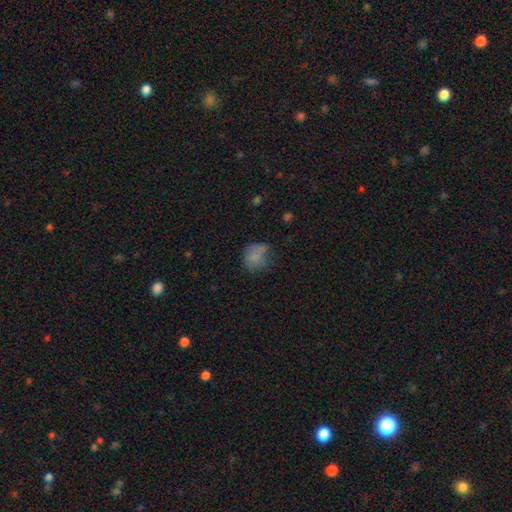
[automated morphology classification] Smooth or featured? Predicted: smooth (p=0.75). How rounded? Predicted: round (p=0.64). Merging? Predicted: none (p=0.48).